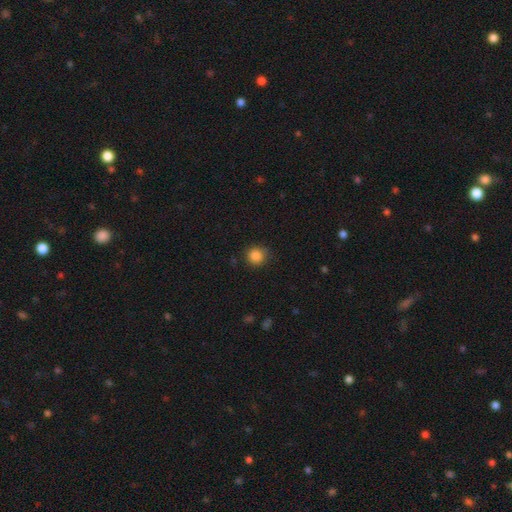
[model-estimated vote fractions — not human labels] This is clearly a smooth galaxy (86%). How rounded: clearly round (89%). Merging: clearly none (81%).